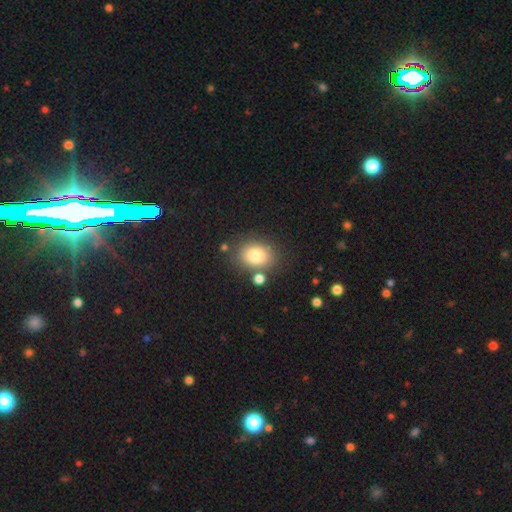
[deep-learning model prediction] The model was most divided on "how rounded": in between: 61%, round: 38%, cigar-shaped: 1%. More confident: smooth or featured — smooth (81%); merging — none (73%).